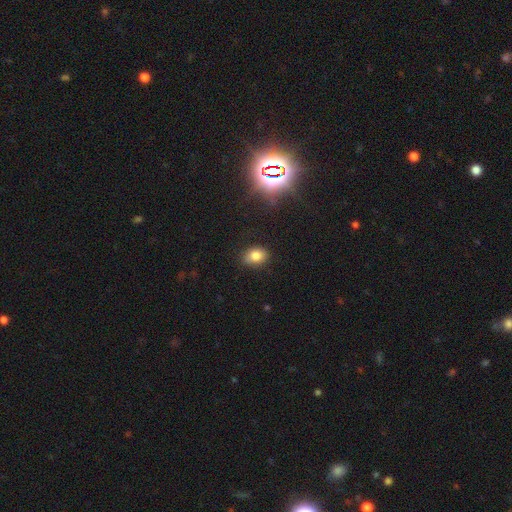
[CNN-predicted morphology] Smooth or featured?
  - smooth: 80% *
  - star or artifact: 12%
  - featured or disk: 8%
How rounded?
  - in between: 70% *
  - round: 29%
  - cigar-shaped: 1%
Merging?
  - none: 81% *
  - minor disturbance: 15%
  - major disturbance: 3%
  - merger: 2%